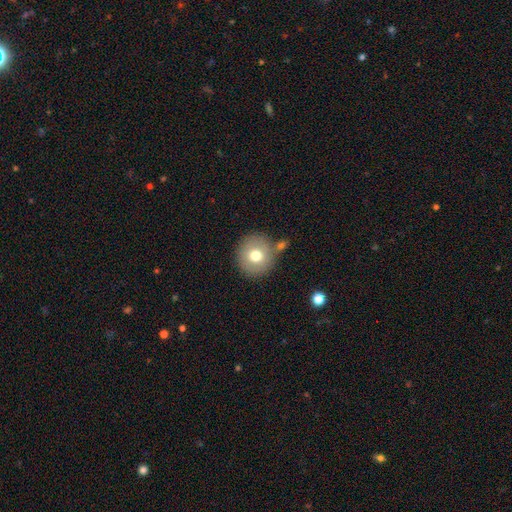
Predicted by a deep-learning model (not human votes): smooth-or-featured: smooth: 73% | featured or disk: 17% | star or artifact: 10%
  how-rounded: round: 93% | in between: 6% | cigar-shaped: 1%
  merging: none: 76% | minor disturbance: 11% | merger: 10% | major disturbance: 4%